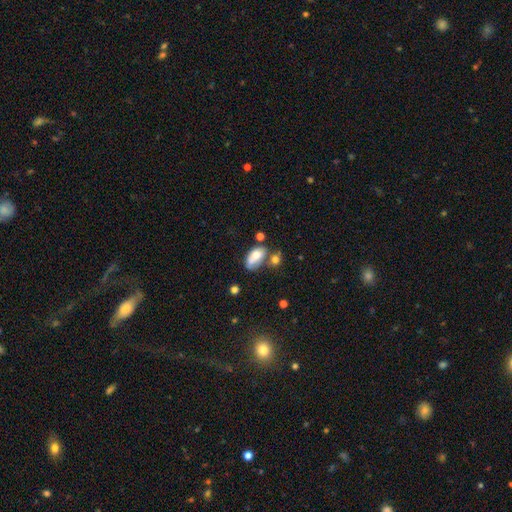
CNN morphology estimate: smooth_or_featured: smooth (p=0.67) [alt: featured or disk p=0.25]
how_rounded: in between (p=0.91) [alt: round p=0.06]
merging: none (p=0.34) [alt: merger p=0.29]